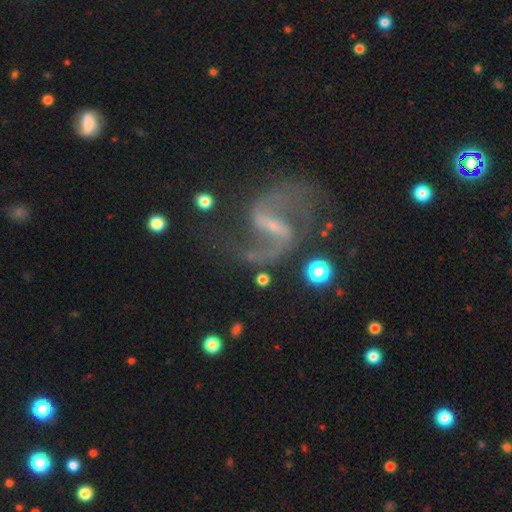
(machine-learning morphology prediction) Smooth or featured?
  - featured or disk: 91% *
  - star or artifact: 6%
  - smooth: 3%
Edge-on disk?
  - no: 98% *
  - yes: 2%
Bar?
  - strong: 45% *
  - weak: 44%
  - no: 11%
Spiral arms?
  - yes: 97% *
  - no: 3%
Spiral winding?
  - loose: 56% *
  - medium: 37%
  - tight: 6%
Spiral arm count?
  - 2: 94% *
  - can't tell: 2%
  - 1: 2%
  - 3: 1%
  - 4: 1%
  - more than 4: 1%
Bulge size?
  - small: 61% *
  - none: 24%
  - moderate: 12%
  - large: 1%
  - dominant: 1%
Merging?
  - none: 73% *
  - minor disturbance: 14%
  - major disturbance: 10%
  - merger: 3%